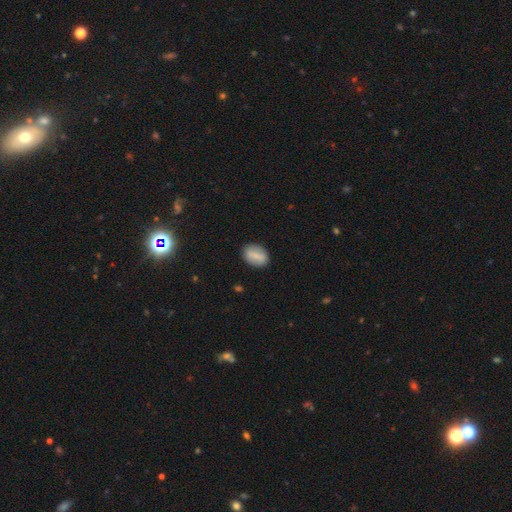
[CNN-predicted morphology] The model was most divided on "smooth or featured": smooth: 75%, featured or disk: 18%, star or artifact: 7%. More confident: merging — none (85%); how rounded — in between (82%).